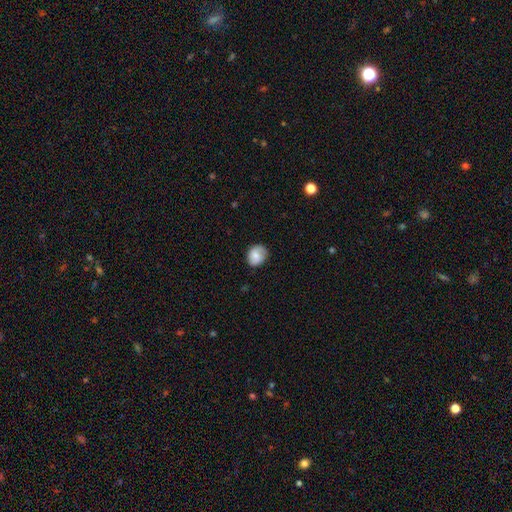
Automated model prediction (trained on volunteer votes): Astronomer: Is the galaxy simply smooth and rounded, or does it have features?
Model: smooth — 77%.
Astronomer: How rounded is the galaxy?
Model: round — 61% (runner-up: in between, 38%).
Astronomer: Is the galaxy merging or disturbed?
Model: none — 78%.